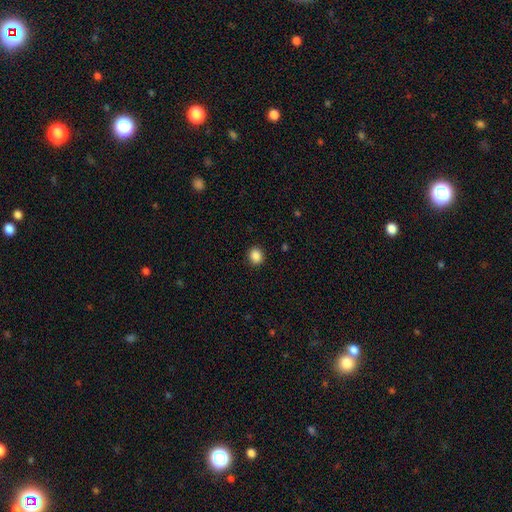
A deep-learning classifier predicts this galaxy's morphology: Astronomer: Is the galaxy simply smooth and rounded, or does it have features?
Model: smooth — 87%.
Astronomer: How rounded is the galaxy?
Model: round — 75%.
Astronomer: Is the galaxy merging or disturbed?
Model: none — 91%.